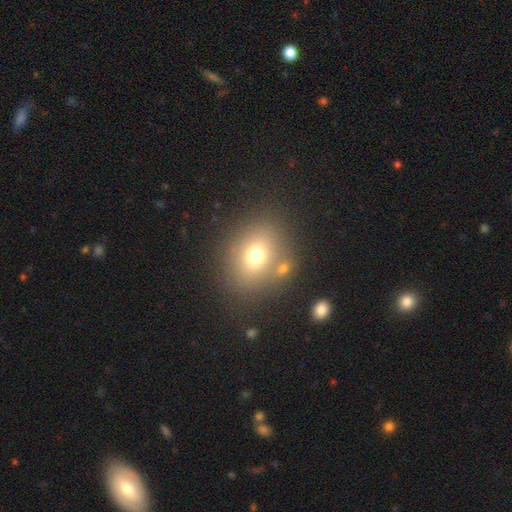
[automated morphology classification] Q: Smooth or featured?
A: smooth (71%); runner-up: star or artifact (15%)
Q: How rounded?
A: round (51%); runner-up: in between (48%)
Q: Merging?
A: none (71%); runner-up: minor disturbance (12%)